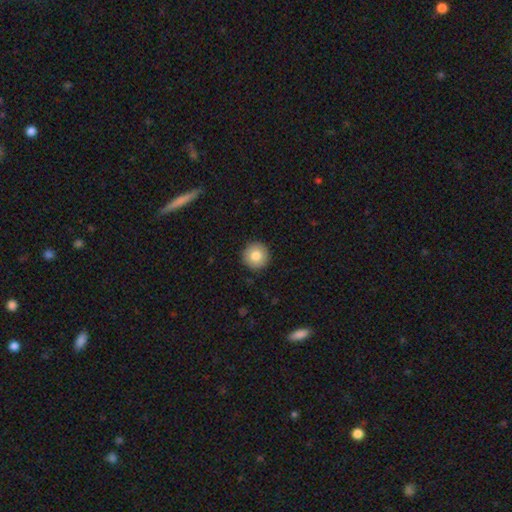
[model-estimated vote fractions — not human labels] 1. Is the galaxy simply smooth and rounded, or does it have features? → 81% smooth, 10% featured or disk, 8% star or artifact.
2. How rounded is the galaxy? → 96% round, 3% in between, 1% cigar-shaped.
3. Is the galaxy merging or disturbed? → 92% none, 5% minor disturbance, 2% major disturbance, 1% merger.